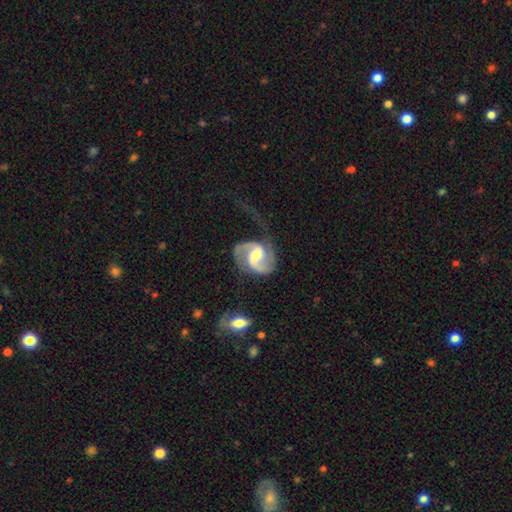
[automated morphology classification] Smooth or featured? featured or disk (89%)
Edge-on disk? no (98%)
Bar? weak (52%)
Spiral arms? yes (97%)
Spiral winding? medium (53%)
Spiral arm count? 2 (90%)
Bulge size? moderate (50%)
Merging? none (47%)